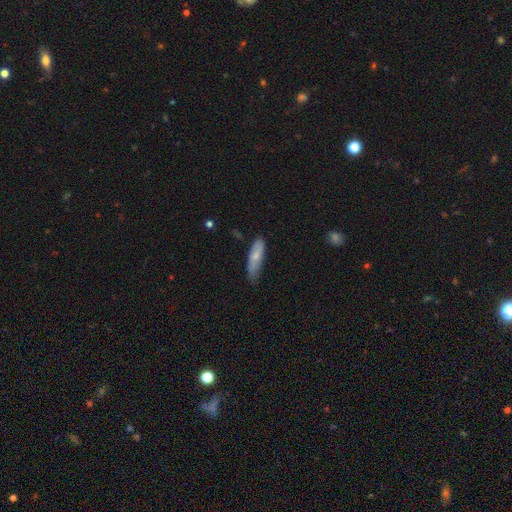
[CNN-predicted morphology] Smooth or featured?
  - smooth: 71% *
  - featured or disk: 23%
  - star or artifact: 6%
How rounded?
  - cigar-shaped: 52% *
  - in between: 46%
  - round: 2%
Merging?
  - none: 52% *
  - minor disturbance: 37%
  - major disturbance: 9%
  - merger: 2%